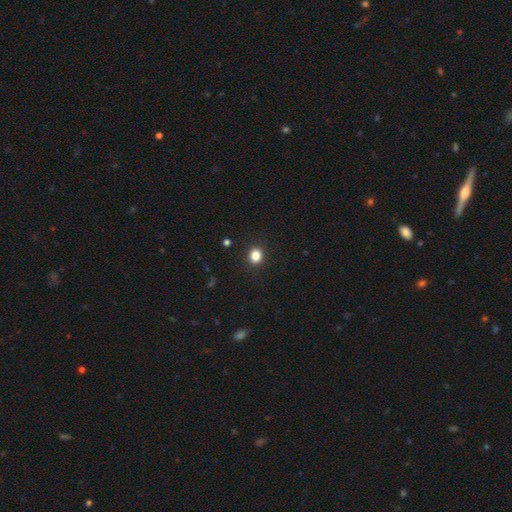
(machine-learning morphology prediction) This appears to be a smooth galaxy with no disk features (85%) that is round (69%). Merging: none (91%).